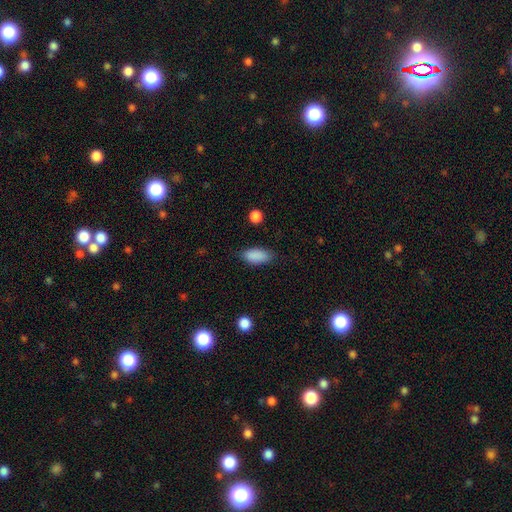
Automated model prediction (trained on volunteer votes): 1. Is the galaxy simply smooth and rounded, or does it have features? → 89% smooth, 7% star or artifact, 4% featured or disk.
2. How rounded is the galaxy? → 88% in between, 9% cigar-shaped, 3% round.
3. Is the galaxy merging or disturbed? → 80% none, 15% minor disturbance, 4% major disturbance, 1% merger.